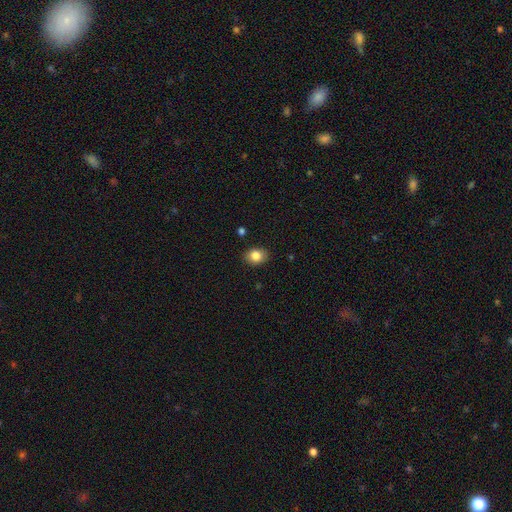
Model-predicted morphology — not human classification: smooth-or-featured: smooth: 84% | star or artifact: 9% | featured or disk: 7%
  how-rounded: in between: 57% | round: 42% | cigar-shaped: 1%
  merging: none: 86% | minor disturbance: 10% | major disturbance: 2% | merger: 1%